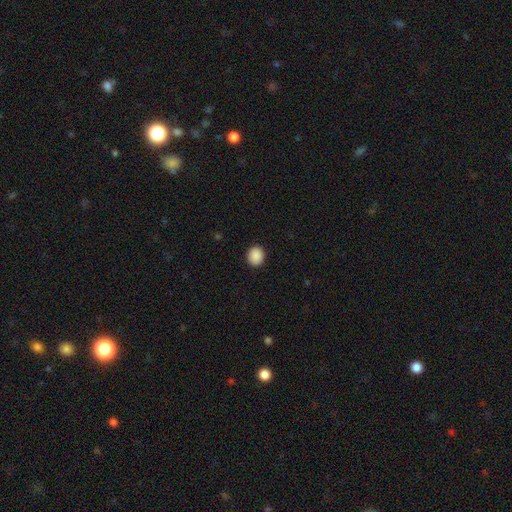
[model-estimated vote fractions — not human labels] smooth 90%, star or artifact 8%, featured or disk 2%. Down the decision tree: how rounded — round (77%); merging — none (91%).